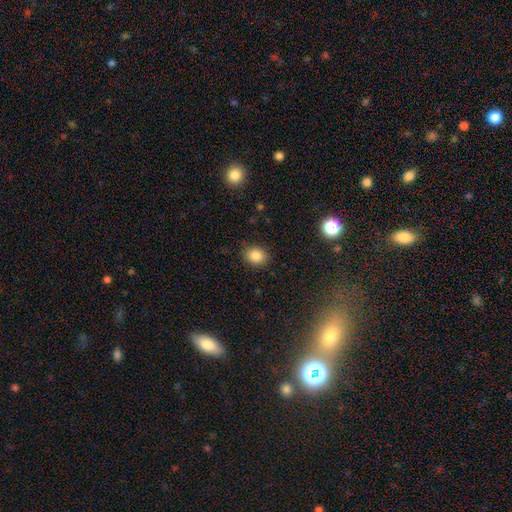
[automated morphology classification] Smooth or featured? Predicted: smooth (p=0.86). How rounded? Predicted: round (p=0.52). Merging? Predicted: none (p=0.87).